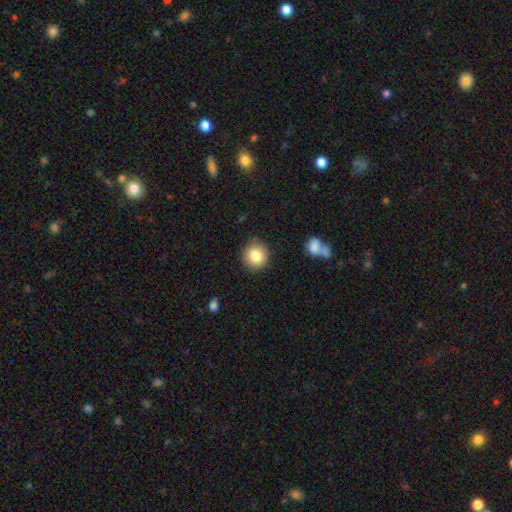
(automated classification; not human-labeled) Morphology: type=smooth (83%); roundness=round (92%); merging=none (88%).